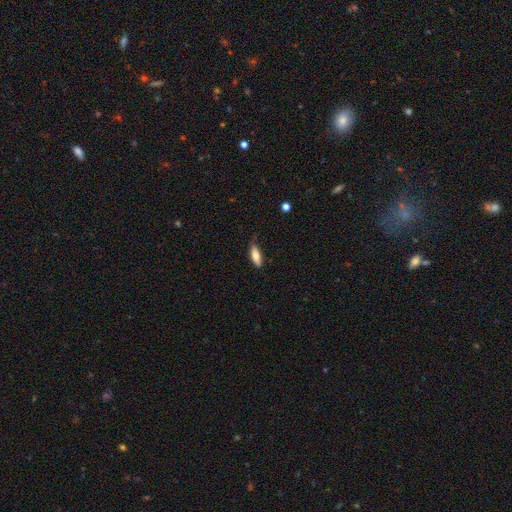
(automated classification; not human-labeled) Overall: smooth (78%). How rounded: in between (59%; cigar-shaped 39%). Merging: none (75%).